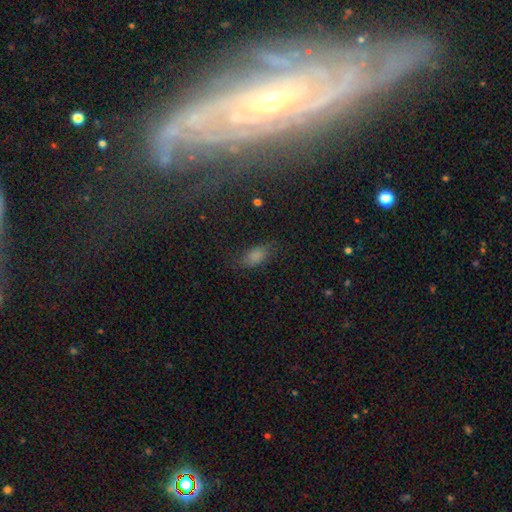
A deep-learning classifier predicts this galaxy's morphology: A smooth galaxy with no disk features (76%) that is in between round and cigar-shaped (87%).

Vote fractions:
- Smooth or featured? smooth: 76% / star or artifact: 15% / featured or disk: 9%
- How rounded? in between: 87% / cigar-shaped: 7% / round: 5%
- Merging? none: 67% / minor disturbance: 22% / major disturbance: 9% / merger: 2%